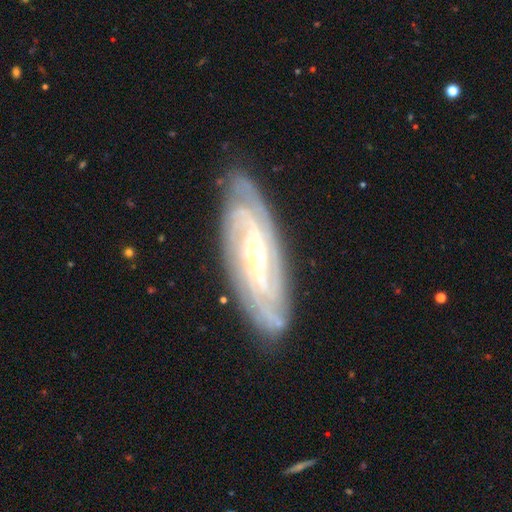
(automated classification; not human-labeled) A featured or disk galaxy (89%) with a weak bar (38%), tight (70%) spiral arms (97%) and a small central bulge (51%). Merging: none (84%).